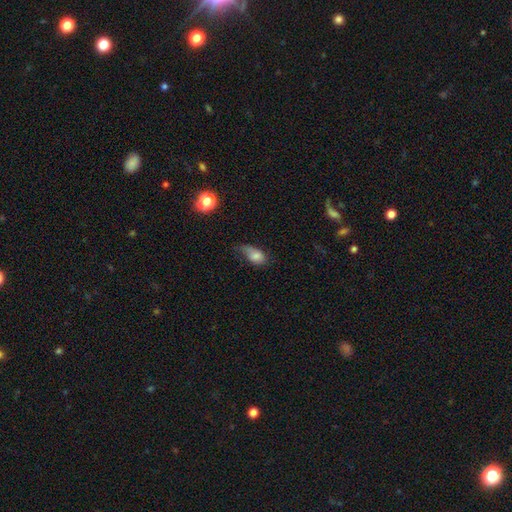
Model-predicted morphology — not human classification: Smooth or featured? smooth (77%)
How rounded? in between (88%)
Merging? minor disturbance (40%)